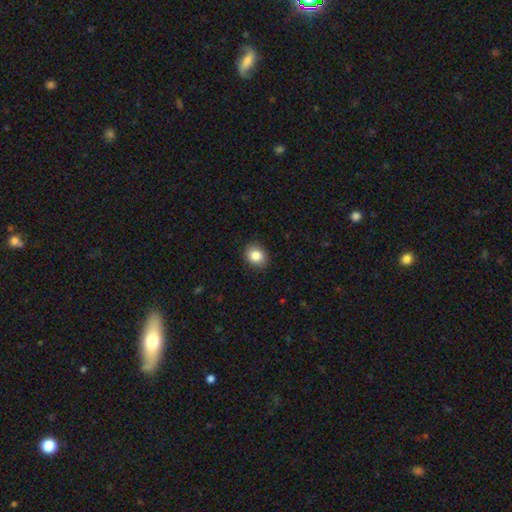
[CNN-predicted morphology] smooth_or_featured: smooth (p=0.85) [alt: star or artifact p=0.09]
how_rounded: round (p=0.58) [alt: in between p=0.41]
merging: none (p=0.89) [alt: minor disturbance p=0.08]